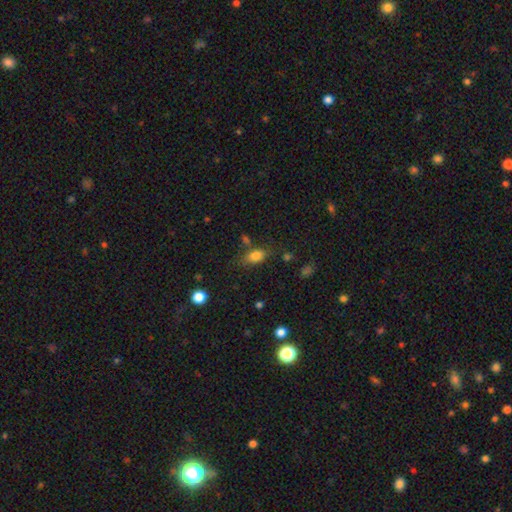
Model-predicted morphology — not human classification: smooth 81%, star or artifact 10%, featured or disk 9%. Down the decision tree: how rounded — in between (84%); merging — none (66%).